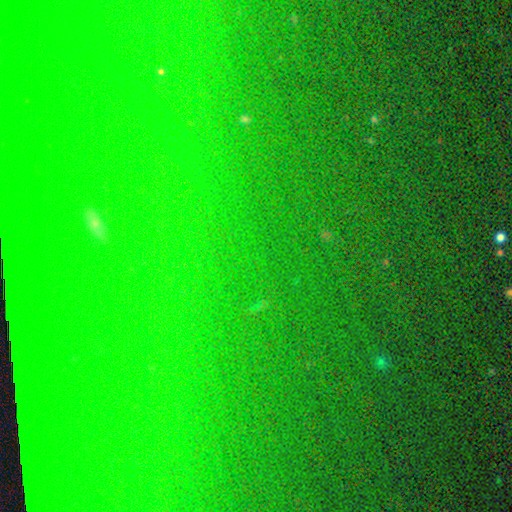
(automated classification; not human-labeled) Morphology: type=star or artifact (76%).